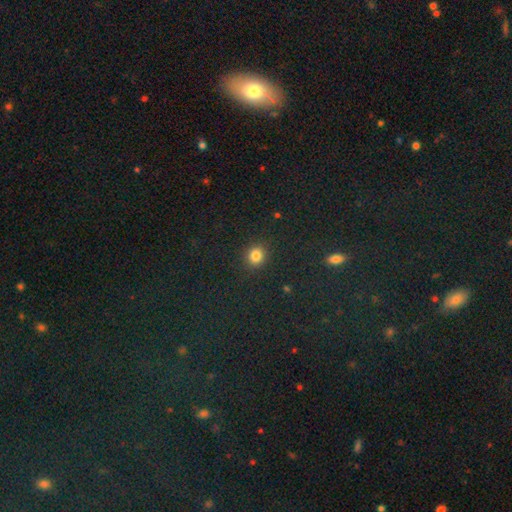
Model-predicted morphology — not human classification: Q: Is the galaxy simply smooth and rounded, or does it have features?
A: smooth — 82%.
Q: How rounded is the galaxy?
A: round — 82%.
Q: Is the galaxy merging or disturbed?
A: none — 90%.